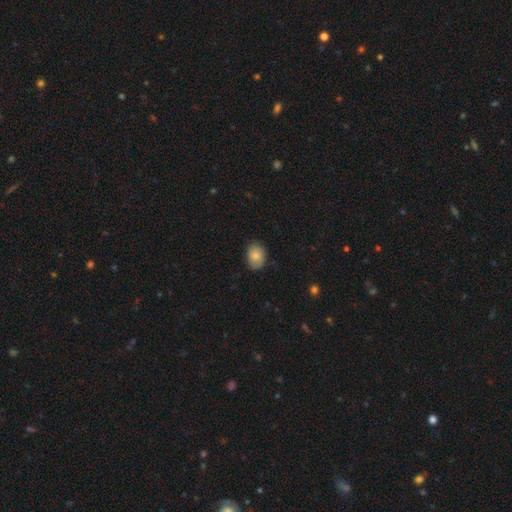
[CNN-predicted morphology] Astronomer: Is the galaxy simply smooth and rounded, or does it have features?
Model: smooth — 82%.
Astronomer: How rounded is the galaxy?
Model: in between — 72%.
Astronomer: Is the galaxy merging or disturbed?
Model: none — 83%.